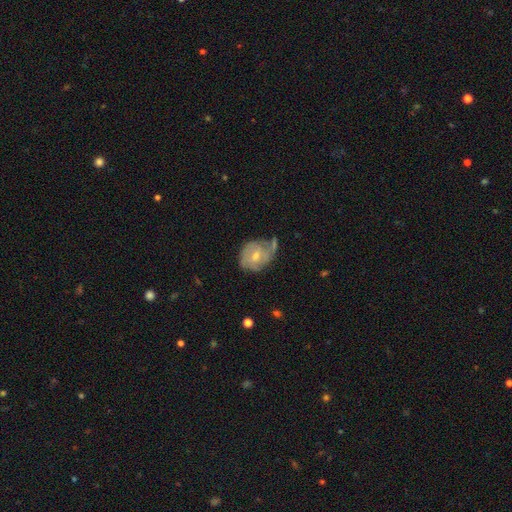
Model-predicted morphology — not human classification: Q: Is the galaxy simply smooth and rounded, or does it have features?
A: featured or disk — 53%.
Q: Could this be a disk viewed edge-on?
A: no — 96%.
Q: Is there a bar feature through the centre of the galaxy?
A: no — 51%.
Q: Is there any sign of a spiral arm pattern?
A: yes — 67%.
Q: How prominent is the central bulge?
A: moderate — 51%.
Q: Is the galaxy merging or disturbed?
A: none — 43%.